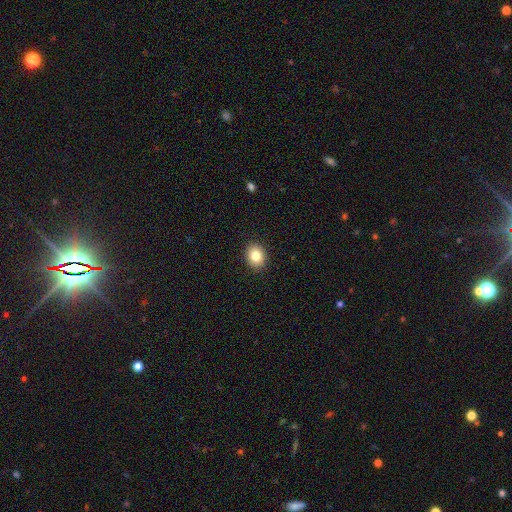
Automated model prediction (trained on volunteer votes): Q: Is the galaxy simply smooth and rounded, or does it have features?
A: smooth — 83%.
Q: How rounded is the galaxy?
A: round — 53%.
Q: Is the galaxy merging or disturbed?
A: none — 91%.